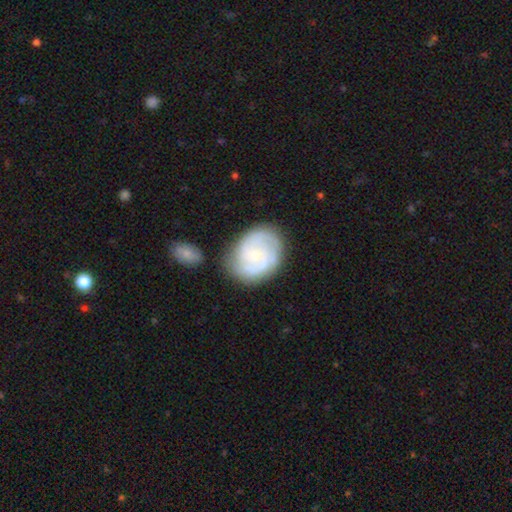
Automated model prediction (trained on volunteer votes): smooth-or-featured: featured or disk: 74% | smooth: 20% | star or artifact: 6%
  disk-edge-on: no: 98% | yes: 2%
    bar: no: 70% | weak: 26% | strong: 4%
    has-spiral-arms: yes: 90% | no: 10%
      spiral-winding: tight: 55% | medium: 35% | loose: 10%
      spiral-arm-count: 2: 35% | can't tell: 28% | 3: 23% | 4: 6% | 1: 5% | more than 4: 4%
    bulge-size: small: 67% | moderate: 29% | none: 2% | large: 2% | dominant: 1%
  merging: none: 65% | minor disturbance: 19% | merger: 9% | major disturbance: 6%